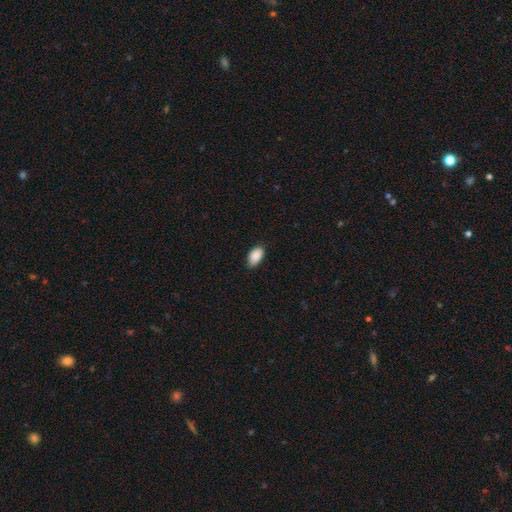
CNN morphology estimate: This appears to be a smooth galaxy with no disk features (90%) that is in between round and cigar-shaped (94%). Merging: none (81%).